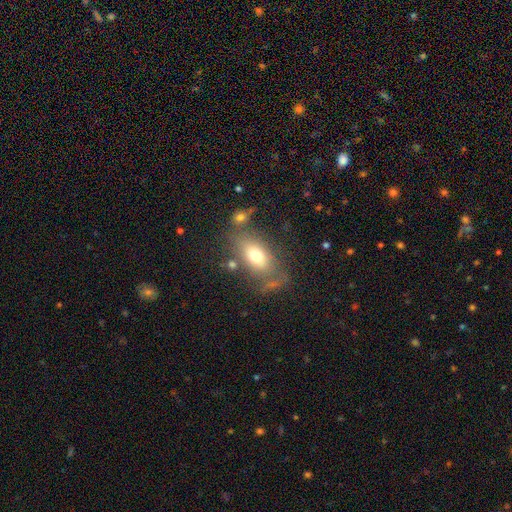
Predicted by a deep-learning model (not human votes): A smooth galaxy with no disk features (69%) that is in between round and cigar-shaped (86%). Merging: none (59%).